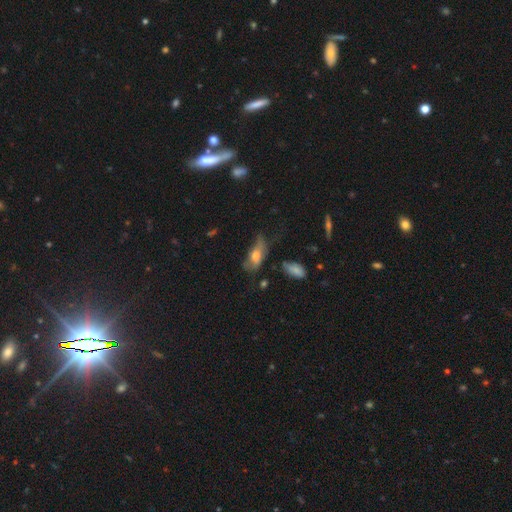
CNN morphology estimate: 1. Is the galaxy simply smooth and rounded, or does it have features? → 60% smooth, 31% featured or disk, 9% star or artifact.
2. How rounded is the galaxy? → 83% in between, 12% cigar-shaped, 5% round.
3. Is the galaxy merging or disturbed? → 35% minor disturbance, 33% none, 28% major disturbance, 5% merger.